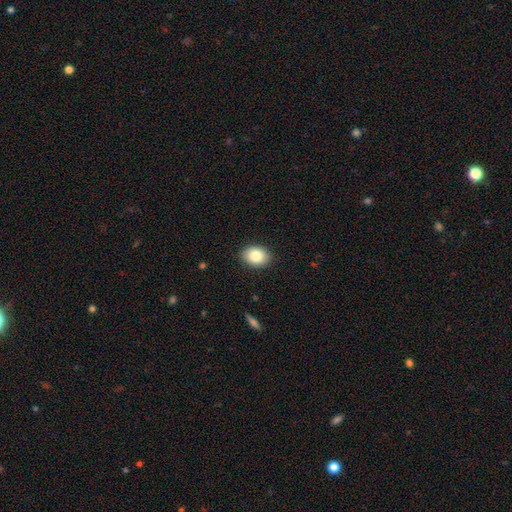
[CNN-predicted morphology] Q: Smooth or featured?
A: smooth (85%); runner-up: star or artifact (8%)
Q: How rounded?
A: in between (68%); runner-up: round (31%)
Q: Merging?
A: none (88%); runner-up: minor disturbance (9%)